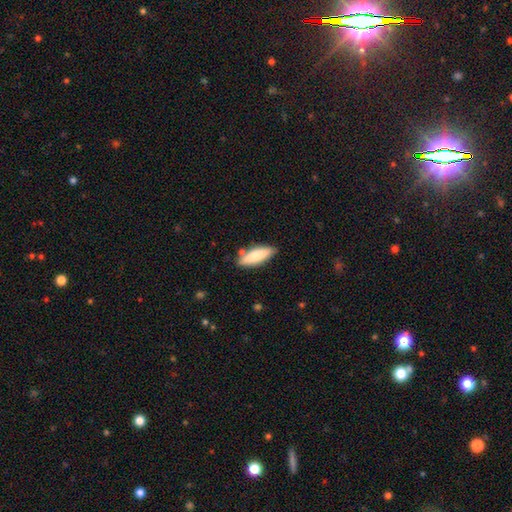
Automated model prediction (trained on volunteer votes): A smooth galaxy with no disk features (80%) that is in between round and cigar-shaped (51%).

Vote fractions:
- Smooth or featured? smooth: 80% / featured or disk: 14% / star or artifact: 6%
- How rounded? in between: 51% / cigar-shaped: 47% / round: 2%
- Merging? none: 81% / minor disturbance: 13% / merger: 4% / major disturbance: 2%